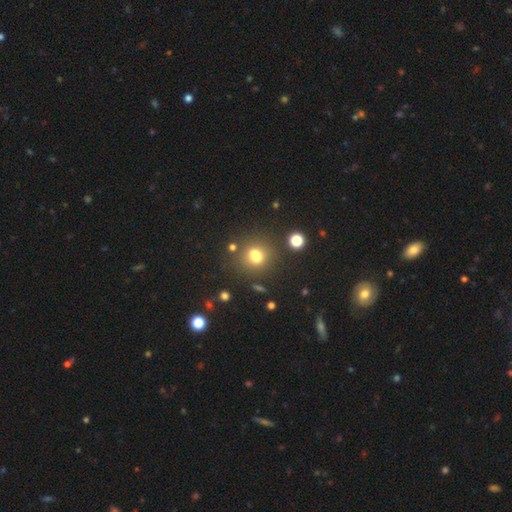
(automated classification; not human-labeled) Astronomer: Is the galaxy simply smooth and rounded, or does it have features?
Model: smooth — 70%.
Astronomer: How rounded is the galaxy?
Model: round — 67%.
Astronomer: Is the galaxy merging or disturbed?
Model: none — 60%.